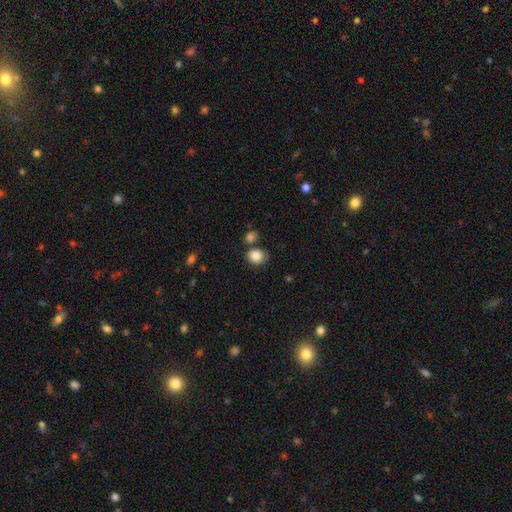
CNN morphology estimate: This is clearly a smooth galaxy (87%). How rounded: likely round (66%). Merging: likely none (70%).